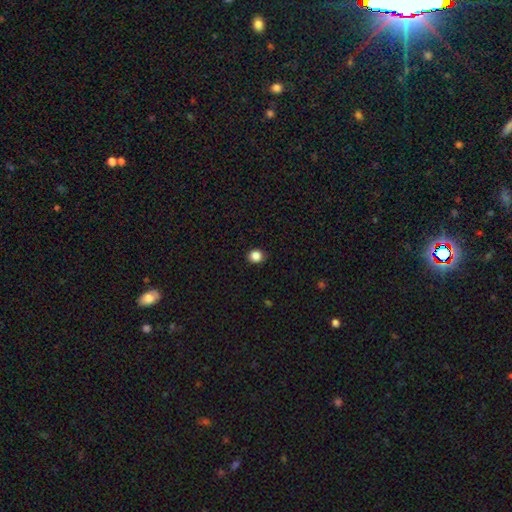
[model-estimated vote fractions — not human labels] Q: Smooth or featured?
A: smooth (85%); runner-up: star or artifact (11%)
Q: How rounded?
A: round (84%); runner-up: in between (15%)
Q: Merging?
A: none (91%); runner-up: minor disturbance (6%)